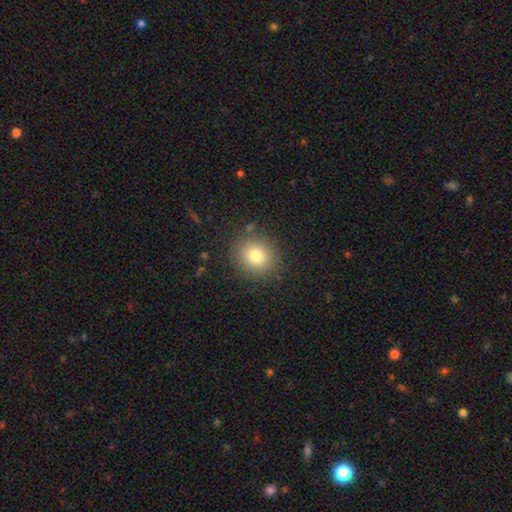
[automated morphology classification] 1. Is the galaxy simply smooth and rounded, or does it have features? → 79% smooth, 12% star or artifact, 9% featured or disk.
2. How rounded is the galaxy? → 83% round, 16% in between, 1% cigar-shaped.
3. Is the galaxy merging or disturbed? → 87% none, 9% minor disturbance, 3% major disturbance, 2% merger.